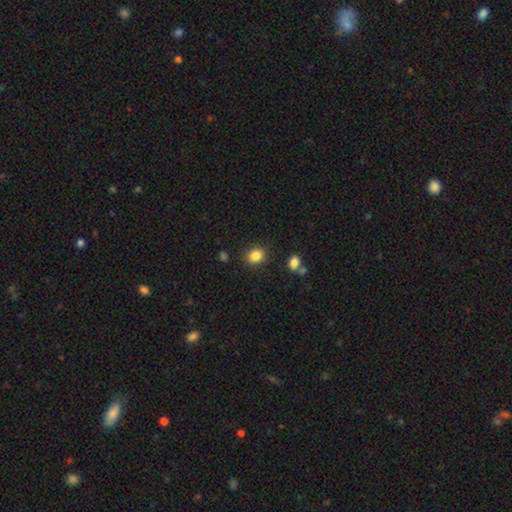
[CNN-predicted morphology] Smooth or featured? Predicted: smooth (p=0.85). How rounded? Predicted: round (p=0.60). Merging? Predicted: none (p=0.87).